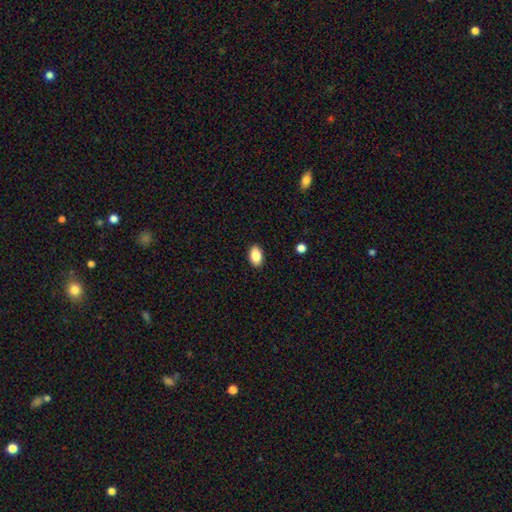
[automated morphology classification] This is clearly a smooth galaxy (87%). How rounded: clearly in between (91%). Merging: clearly none (90%).